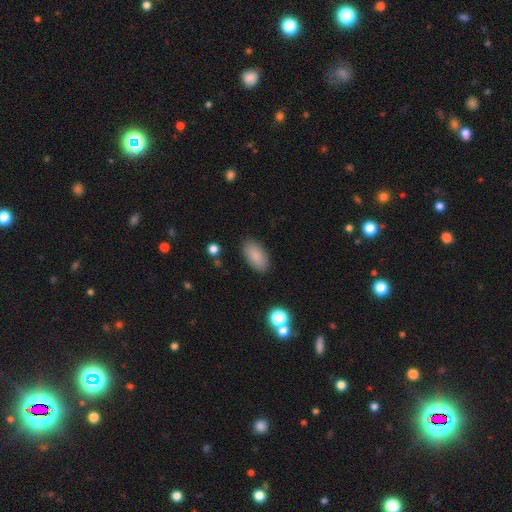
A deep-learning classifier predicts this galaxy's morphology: A smooth galaxy with no disk features (87%) that is in between round and cigar-shaped (93%). Merging: none (87%).